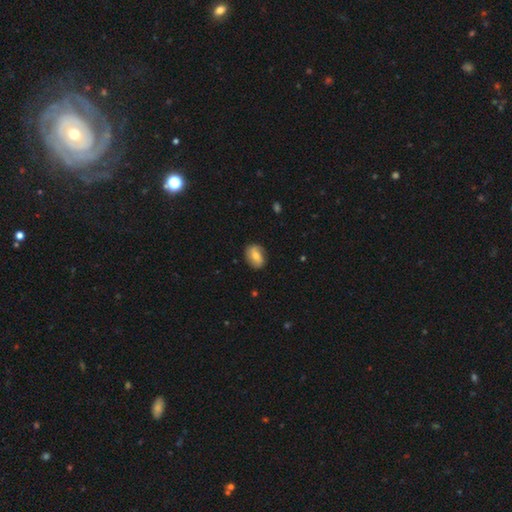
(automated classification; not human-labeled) smooth_or_featured: smooth (p=0.58) [alt: featured or disk p=0.34]
how_rounded: in between (p=0.74) [alt: round p=0.24]
merging: none (p=0.79) [alt: minor disturbance p=0.17]